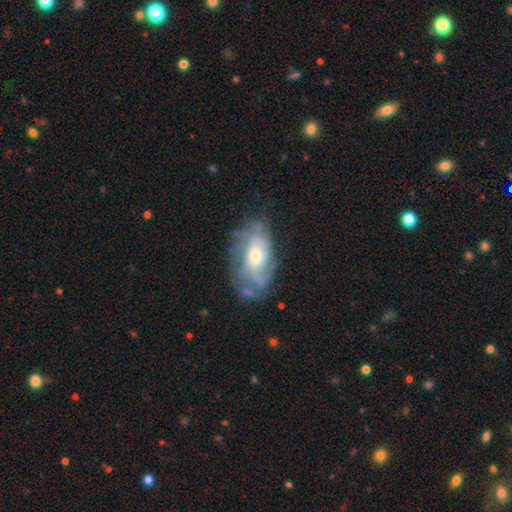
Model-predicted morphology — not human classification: This appears to be a featured or disk galaxy (70%) with no bar (70%), spiral arms (76%) and a moderate central bulge (58%). Merging: none (59%).